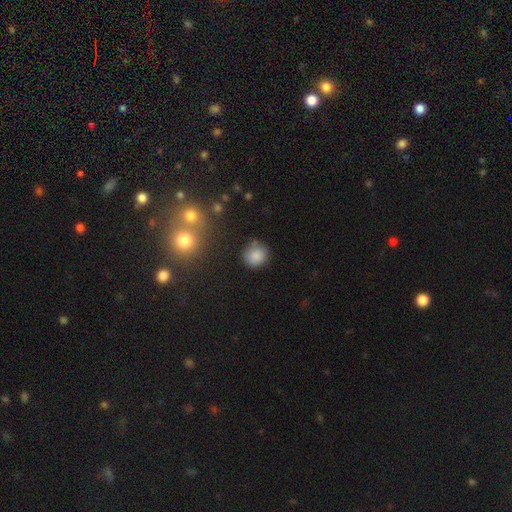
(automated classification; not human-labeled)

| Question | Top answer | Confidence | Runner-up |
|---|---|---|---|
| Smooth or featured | smooth | 83% | star or artifact (10%) |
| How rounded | round | 88% | in between (11%) |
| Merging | none | 77% | minor disturbance (15%) |